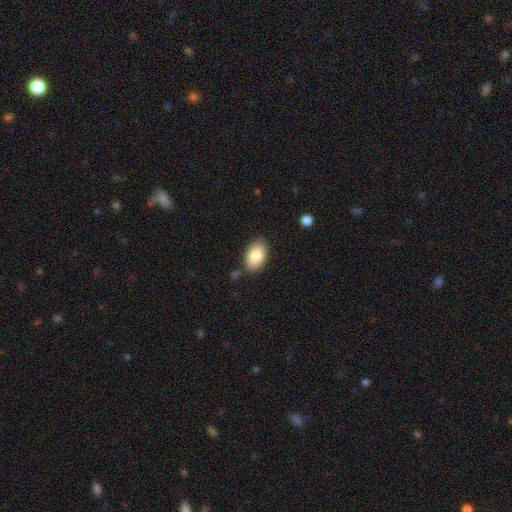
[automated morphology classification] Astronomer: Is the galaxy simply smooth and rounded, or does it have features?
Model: smooth — 84%.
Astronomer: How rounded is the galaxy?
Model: in between — 92%.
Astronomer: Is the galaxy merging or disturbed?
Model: none — 83%.